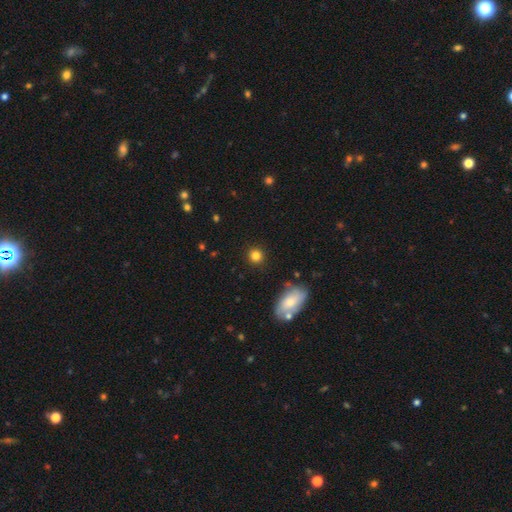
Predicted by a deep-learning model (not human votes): smooth_or_featured: smooth (p=0.83) [alt: star or artifact p=0.11]
how_rounded: round (p=0.89) [alt: in between p=0.09]
merging: none (p=0.89) [alt: minor disturbance p=0.07]